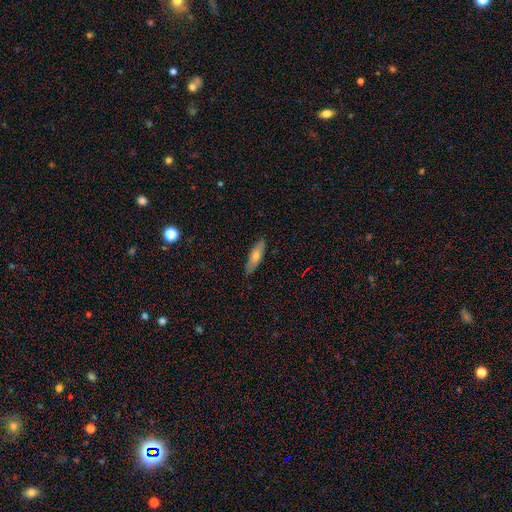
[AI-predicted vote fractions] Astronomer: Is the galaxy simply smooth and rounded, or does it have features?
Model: smooth — 61%.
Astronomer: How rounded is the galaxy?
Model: cigar-shaped — 59% (runner-up: in between, 39%).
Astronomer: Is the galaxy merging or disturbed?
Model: none — 87%.